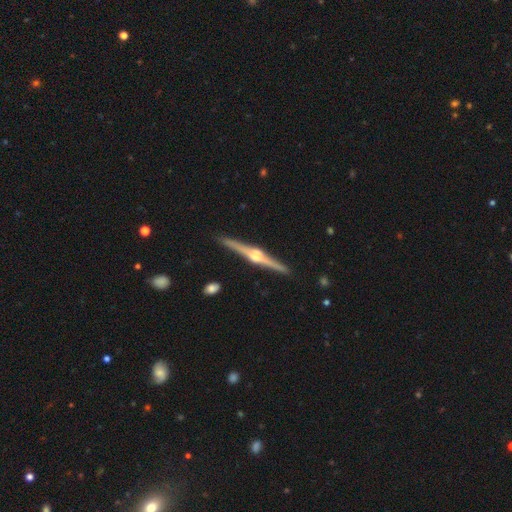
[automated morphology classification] Q: Smooth or featured?
A: featured or disk (87%); runner-up: smooth (8%)
Q: Edge-on disk?
A: yes (99%); runner-up: no (1%)
Q: Edge-on bulge?
A: rounded (92%); runner-up: boxy (6%)
Q: Merging?
A: none (91%); runner-up: minor disturbance (6%)